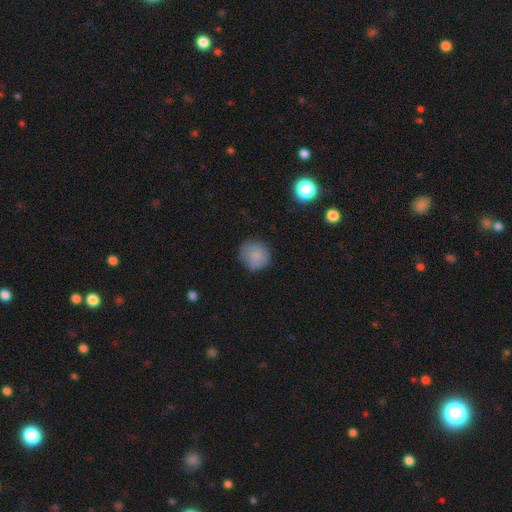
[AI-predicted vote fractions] Smooth or featured: smooth — 81% (featured or disk — 11%)
How rounded: round — 89% (in between — 10%)
Merging: none — 72% (minor disturbance — 21%)